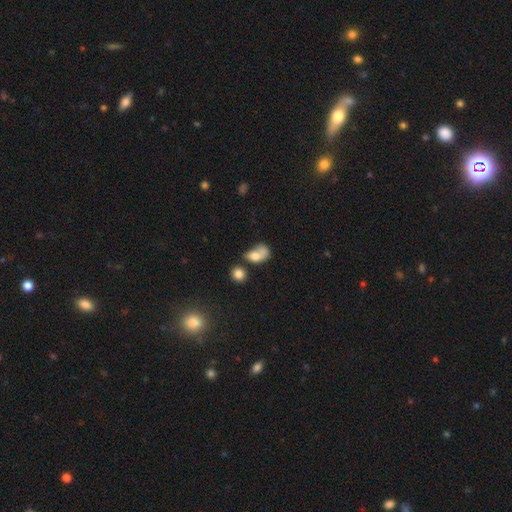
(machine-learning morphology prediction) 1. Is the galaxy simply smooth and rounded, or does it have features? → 70% smooth, 20% featured or disk, 10% star or artifact.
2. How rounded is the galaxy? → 74% in between, 23% round, 3% cigar-shaped.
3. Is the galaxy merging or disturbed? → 30% merger, 26% major disturbance, 23% none, 21% minor disturbance.